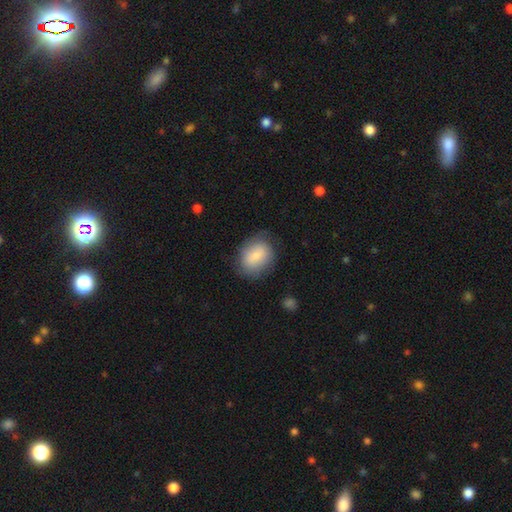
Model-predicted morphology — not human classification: Smooth or featured? Predicted: smooth (p=0.77). How rounded? Predicted: in between (p=0.54). Merging? Predicted: none (p=0.74).